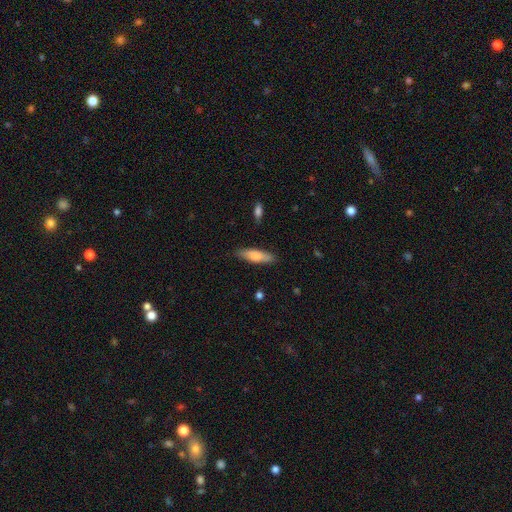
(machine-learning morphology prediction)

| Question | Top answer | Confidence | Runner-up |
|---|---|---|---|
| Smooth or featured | smooth | 75% | featured or disk (19%) |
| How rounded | cigar-shaped | 54% | in between (44%) |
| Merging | none | 84% | minor disturbance (12%) |